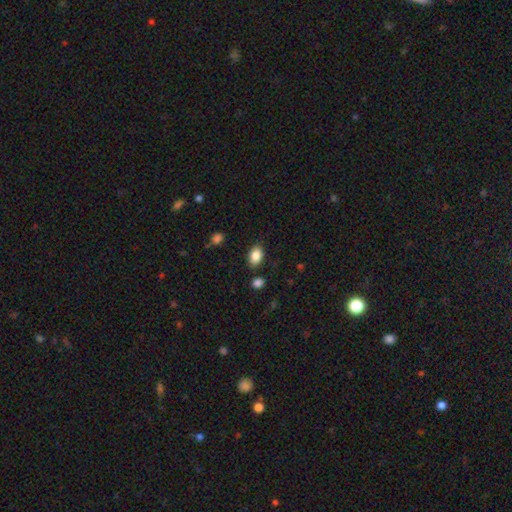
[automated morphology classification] A smooth galaxy with no disk features (87%) that is in between round and cigar-shaped (87%). Merging: none (84%).